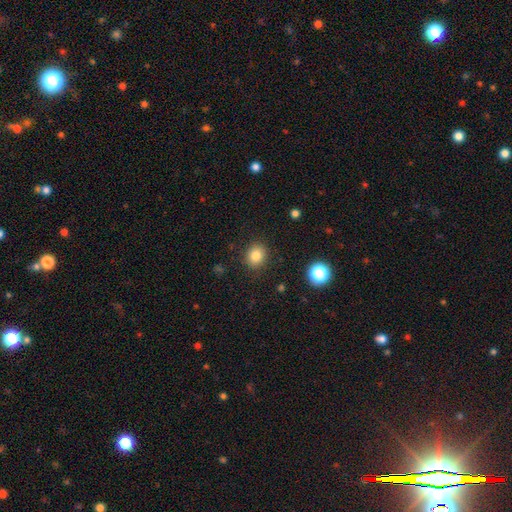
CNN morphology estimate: type=smooth (82%); roundness=round (72%); merging=none (89%).